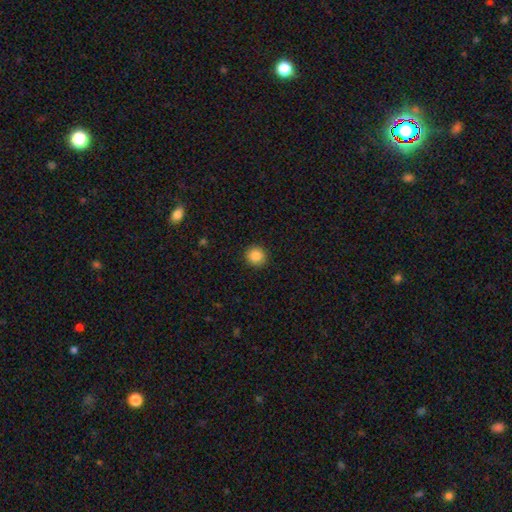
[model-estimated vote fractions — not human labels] The model was most divided on "smooth or featured": smooth: 86%, star or artifact: 10%, featured or disk: 4%. More confident: how rounded — round (92%); merging — none (92%).